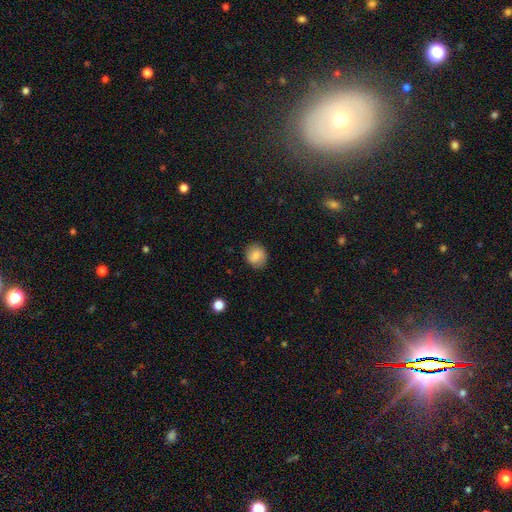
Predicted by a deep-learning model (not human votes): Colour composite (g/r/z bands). It shows a smooth galaxy with no disk features (81%) that is round (76%). Merging: none (84%).